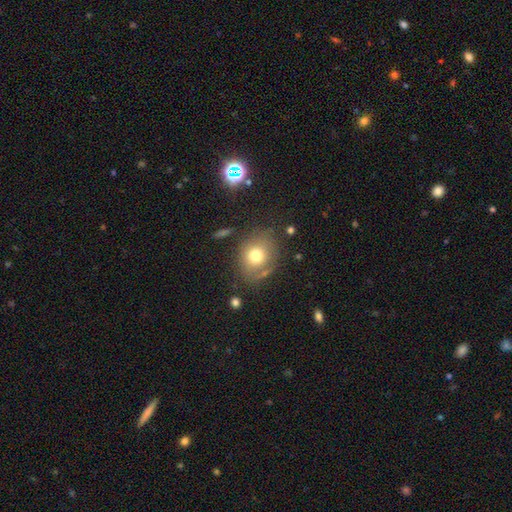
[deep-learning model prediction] Smooth or featured? smooth (72%)
How rounded? round (63%)
Merging? none (72%)